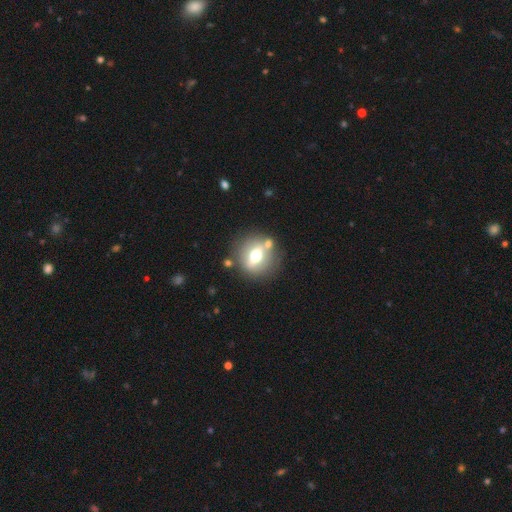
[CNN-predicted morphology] Overall: featured or disk (50%; smooth 41%). Merging: none (76%).